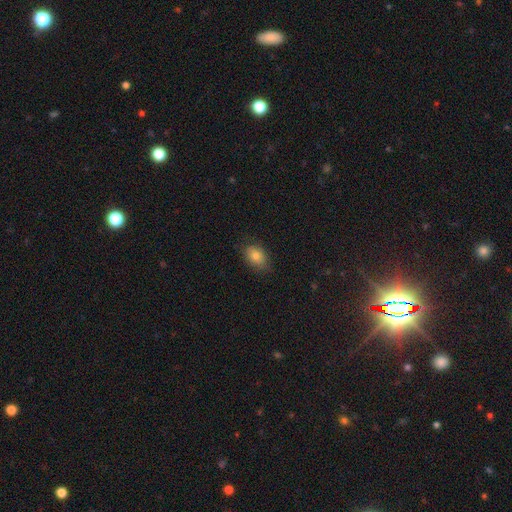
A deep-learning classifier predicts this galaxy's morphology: Smooth or featured?
  - smooth: 80% *
  - featured or disk: 11%
  - star or artifact: 9%
How rounded?
  - in between: 79% *
  - round: 19%
  - cigar-shaped: 1%
Merging?
  - none: 78% *
  - minor disturbance: 18%
  - major disturbance: 3%
  - merger: 1%